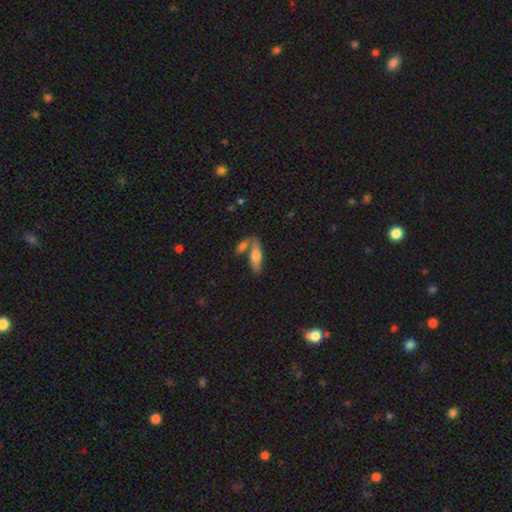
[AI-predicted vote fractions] This is likely a smooth galaxy (68%). How rounded: possibly in between (49%). Merging: possibly none (53%).